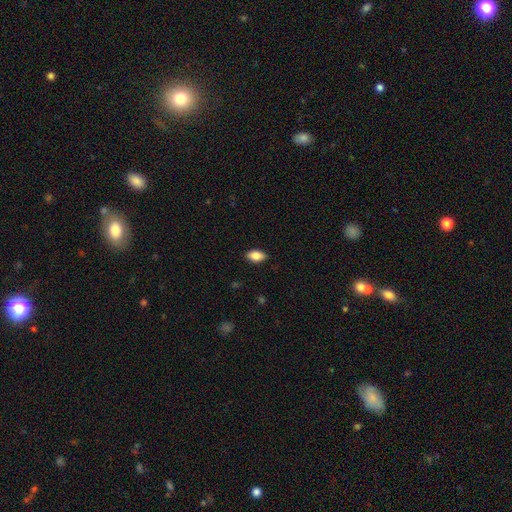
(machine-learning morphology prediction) smooth_or_featured: smooth (p=0.84) [alt: featured or disk p=0.08]
how_rounded: in between (p=0.91) [alt: round p=0.06]
merging: none (p=0.87) [alt: minor disturbance p=0.10]